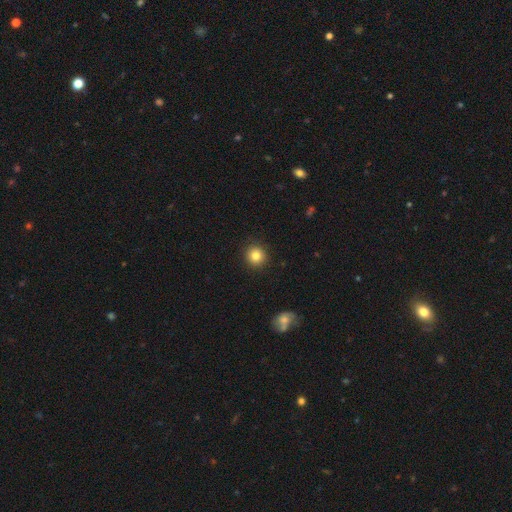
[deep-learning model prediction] smooth_or_featured: smooth (p=0.83) [alt: star or artifact p=0.10]
how_rounded: round (p=0.93) [alt: in between p=0.06]
merging: none (p=0.92) [alt: minor disturbance p=0.05]